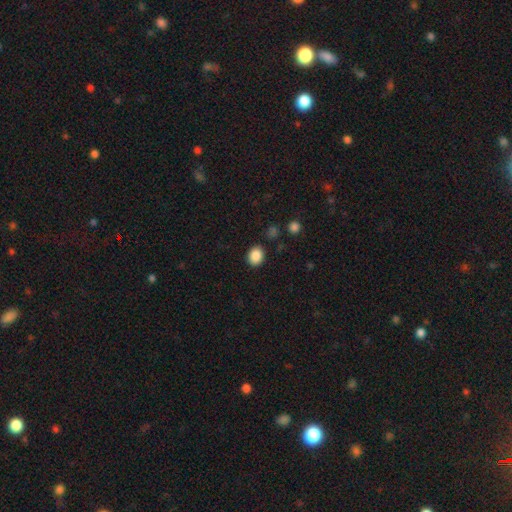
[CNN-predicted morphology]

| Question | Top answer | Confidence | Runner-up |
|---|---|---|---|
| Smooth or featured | smooth | 87% | star or artifact (9%) |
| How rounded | round | 54% | in between (45%) |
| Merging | none | 87% | minor disturbance (8%) |